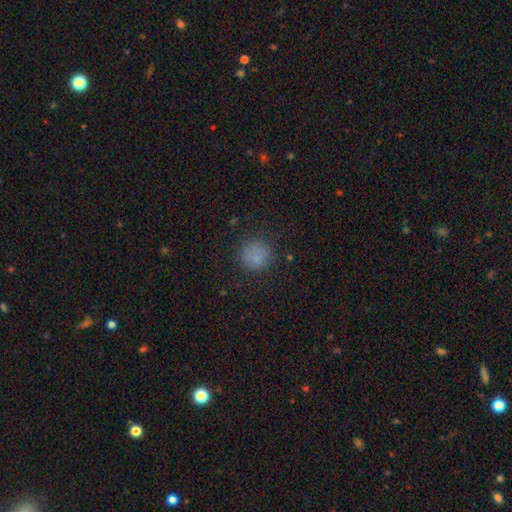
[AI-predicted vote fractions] This is likely a smooth galaxy (80%). How rounded: clearly round (92%). Merging: clearly none (85%).